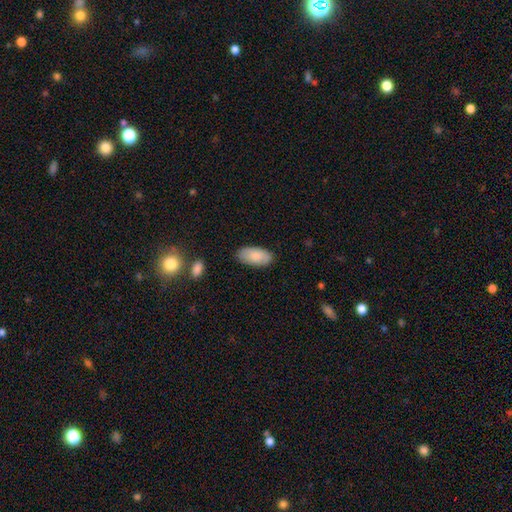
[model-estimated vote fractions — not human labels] The model was most divided on "merging": none: 84%, minor disturbance: 13%, major disturbance: 2%, merger: 1%. More confident: how rounded — in between (94%); smooth or featured — smooth (83%).